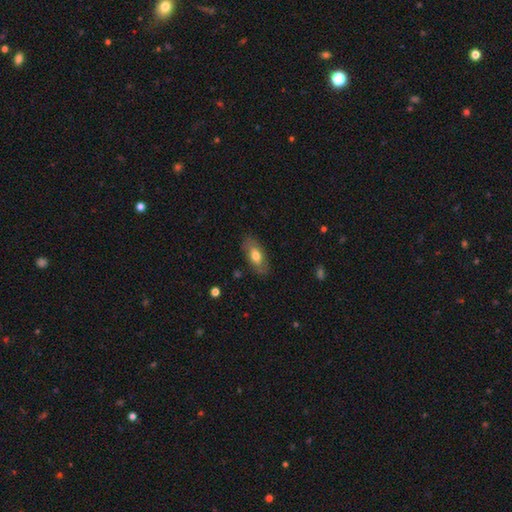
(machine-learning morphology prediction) A smooth galaxy with no disk features (64%) that is in between round and cigar-shaped (88%). Merging: none (82%).